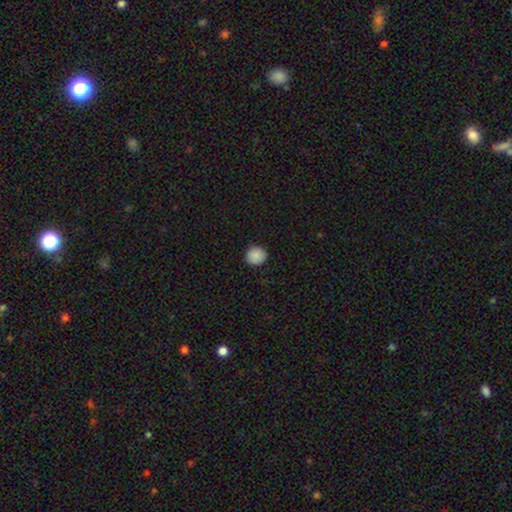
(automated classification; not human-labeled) The model was most divided on "smooth or featured": smooth: 89%, star or artifact: 9%, featured or disk: 3%. More confident: merging — none (92%); how rounded — round (90%).